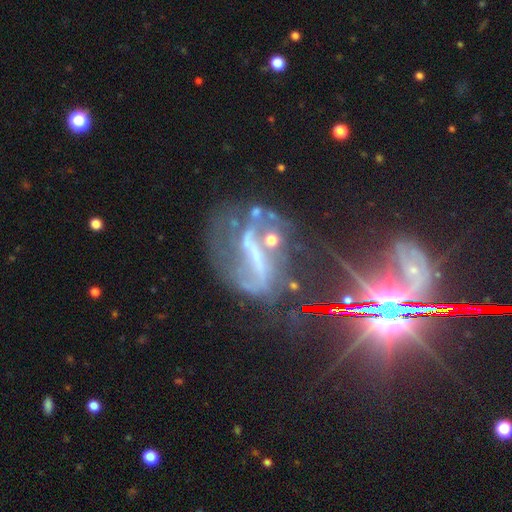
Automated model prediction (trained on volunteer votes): A featured or disk galaxy (72%) with a strong bar (60%), 2 (71%) loose (54%) spiral arms (77%) and no central bulge (45%).

Vote fractions:
- Smooth or featured? featured or disk: 72% / star or artifact: 19% / smooth: 9%
- Edge-on disk? no: 93% / yes: 7%
- Bar? strong: 60% / weak: 25% / no: 16%
- Spiral arms? yes: 77% / no: 23%
- Spiral winding? loose: 54% / medium: 33% / tight: 14%
- Spiral arm count? 2: 71% / can't tell: 12% / 1: 10% / 3: 3% / 4: 2% / more than 4: 2%
- Bulge size? none: 45% / small: 36% / moderate: 15% / large: 3% / dominant: 2%
- Merging? none: 40% / major disturbance: 31% / minor disturbance: 20% / merger: 9%